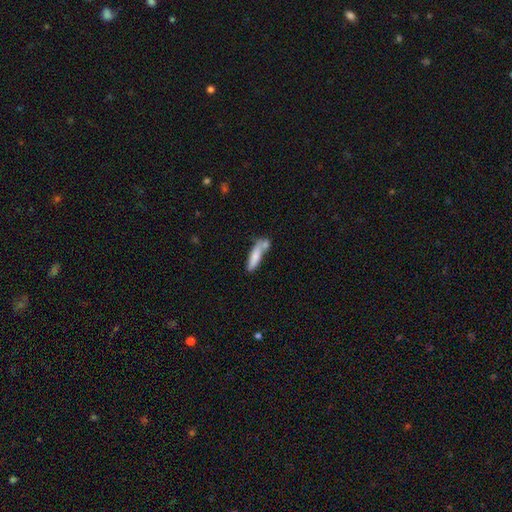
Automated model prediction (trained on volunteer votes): Smooth or featured? smooth (75%)
How rounded? cigar-shaped (69%)
Merging? none (44%)